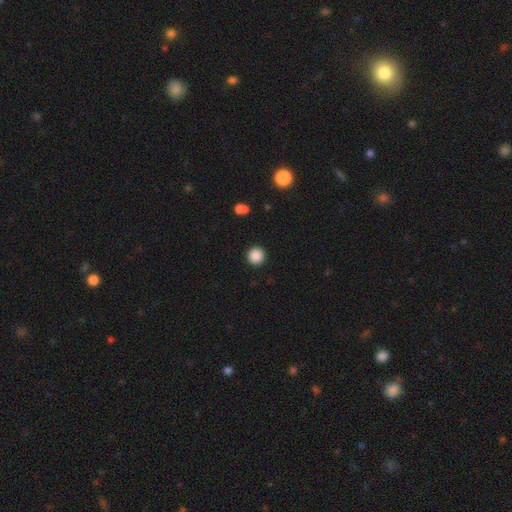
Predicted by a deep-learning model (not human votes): Smooth or featured? Predicted: smooth (p=0.88). How rounded? Predicted: round (p=0.95). Merging? Predicted: none (p=0.93).